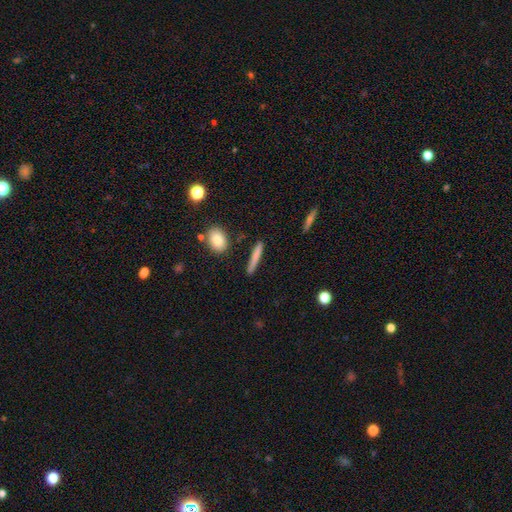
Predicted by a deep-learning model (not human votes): Q: Smooth or featured?
A: smooth (72%); runner-up: featured or disk (21%)
Q: How rounded?
A: cigar-shaped (91%); runner-up: in between (6%)
Q: Merging?
A: none (87%); runner-up: minor disturbance (9%)